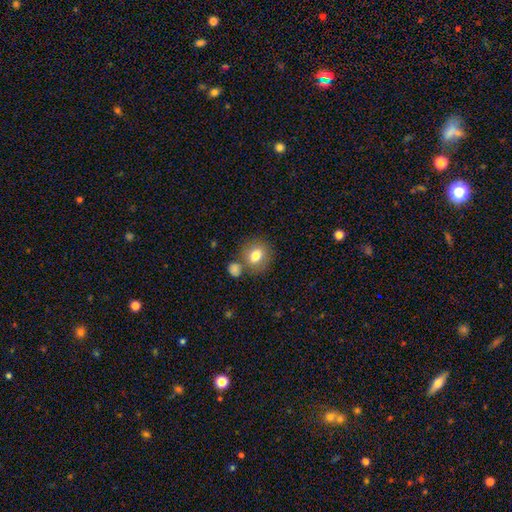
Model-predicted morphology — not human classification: type=smooth (78%); roundness=round (68%); merging=none (68%).